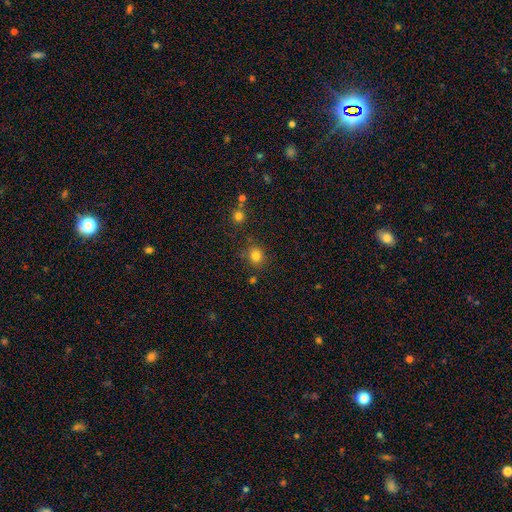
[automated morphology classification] smooth 81%, star or artifact 13%, featured or disk 5%. Down the decision tree: how rounded — round (84%); merging — none (83%).